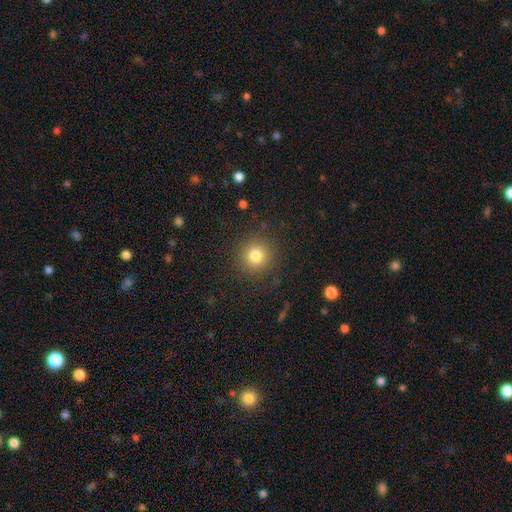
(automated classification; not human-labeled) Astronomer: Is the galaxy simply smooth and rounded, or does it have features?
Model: smooth — 80%.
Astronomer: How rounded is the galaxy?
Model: round — 93%.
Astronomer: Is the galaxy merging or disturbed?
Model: none — 89%.